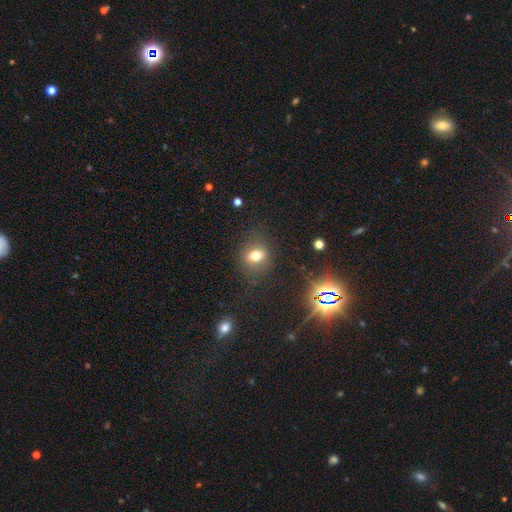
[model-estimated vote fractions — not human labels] This appears to be a smooth galaxy with no disk features (71%) that is round (49%, tied with in between). Merging: none (79%).